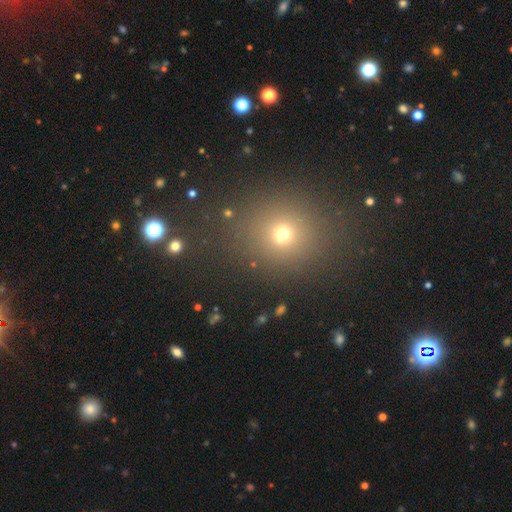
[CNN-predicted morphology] This appears to be a smooth galaxy with no disk features (55%) that is round (74%). Merging: none (88%).